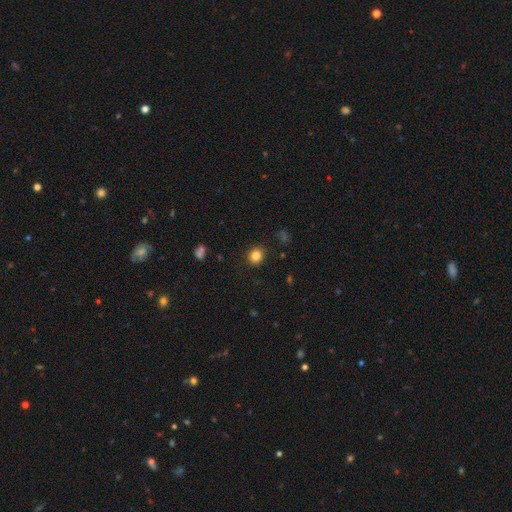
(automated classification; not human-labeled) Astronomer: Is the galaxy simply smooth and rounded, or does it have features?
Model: smooth — 84%.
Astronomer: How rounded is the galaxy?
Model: round — 81%.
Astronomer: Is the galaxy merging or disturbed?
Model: none — 90%.